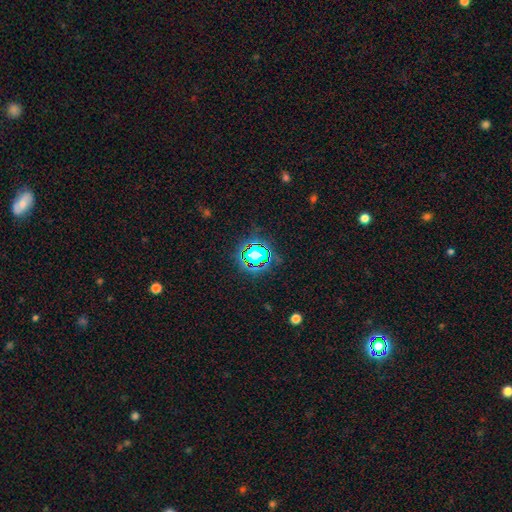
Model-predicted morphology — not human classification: This appears to be a star or artifact, not a galaxy (59%).